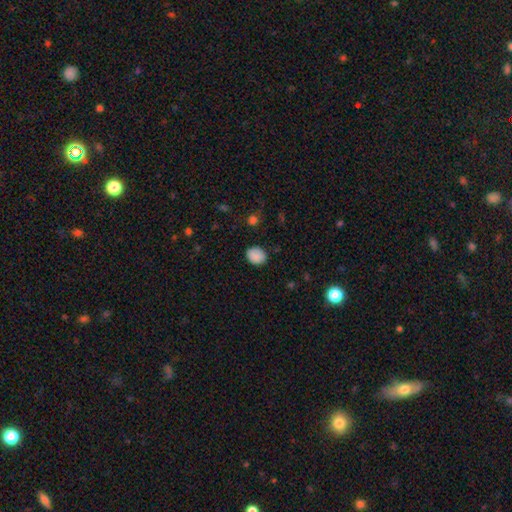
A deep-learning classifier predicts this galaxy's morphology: type=smooth (86%); roundness=round (55%); merging=none (81%).